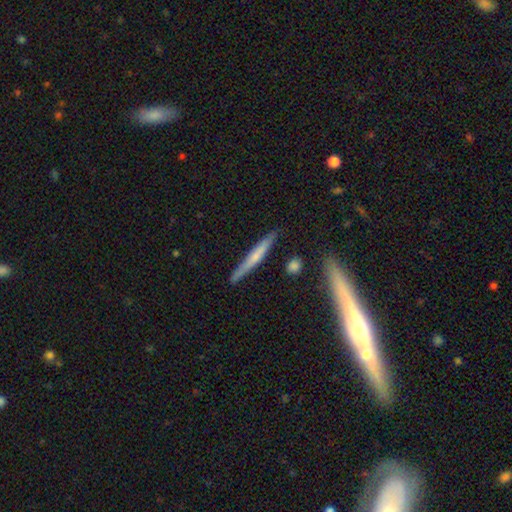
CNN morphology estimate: Overall: smooth (48%; featured or disk 46%). Merging: none (85%).